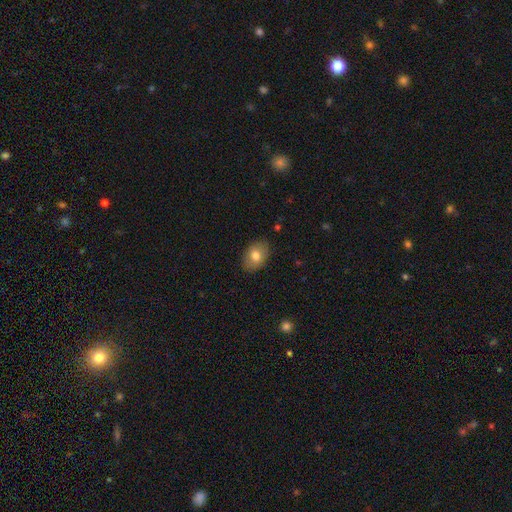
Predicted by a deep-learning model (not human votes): smooth_or_featured: smooth (p=0.78) [alt: featured or disk p=0.15]
how_rounded: in between (p=0.79) [alt: round p=0.20]
merging: none (p=0.85) [alt: minor disturbance p=0.11]